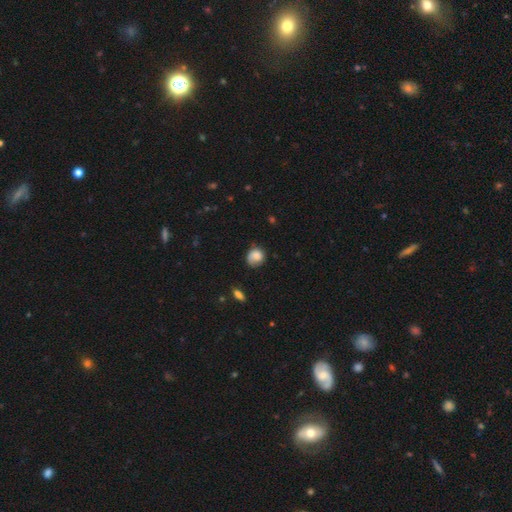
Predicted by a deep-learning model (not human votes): Smooth or featured: smooth — 79% (featured or disk — 13%)
How rounded: round — 74% (in between — 25%)
Merging: none — 57% (minor disturbance — 31%)